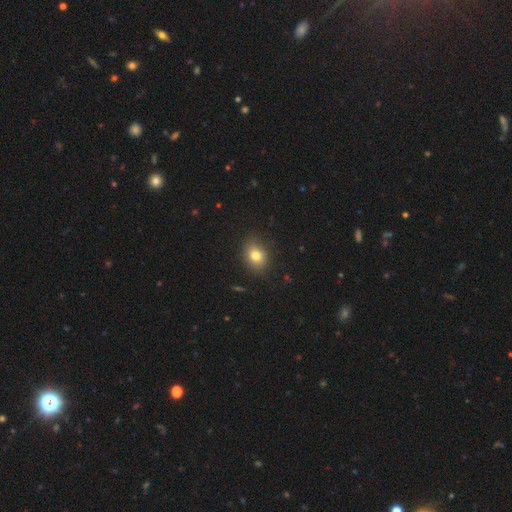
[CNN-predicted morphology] This appears to be a smooth galaxy with no disk features (78%) that is in between round and cigar-shaped (58%). Merging: none (83%).